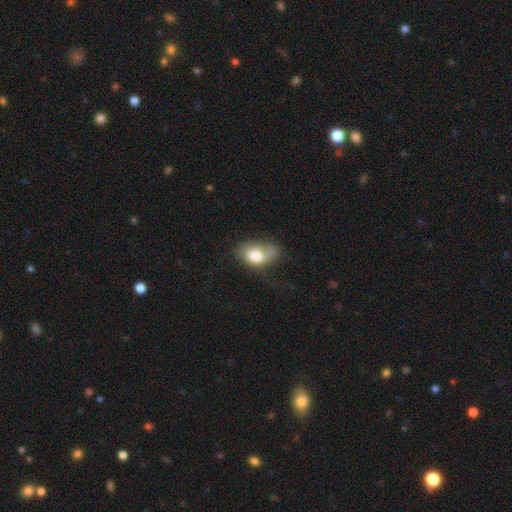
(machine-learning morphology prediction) This appears to be a smooth galaxy with no disk features (74%) that is in between round and cigar-shaped (85%). Merging: minor disturbance (34%).